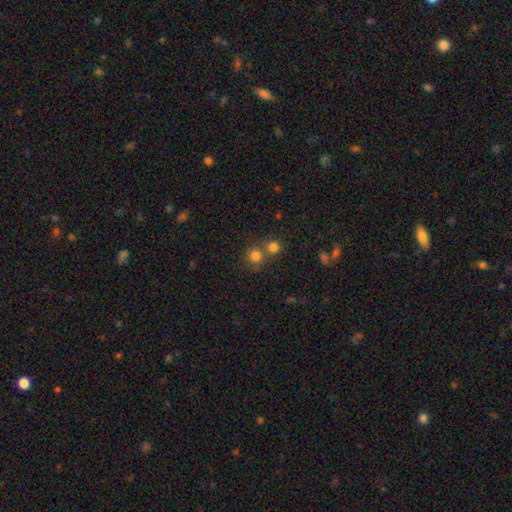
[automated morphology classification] smooth_or_featured: smooth (p=0.79) [alt: star or artifact p=0.14]
how_rounded: round (p=0.90) [alt: in between p=0.09]
merging: none (p=0.58) [alt: merger p=0.32]